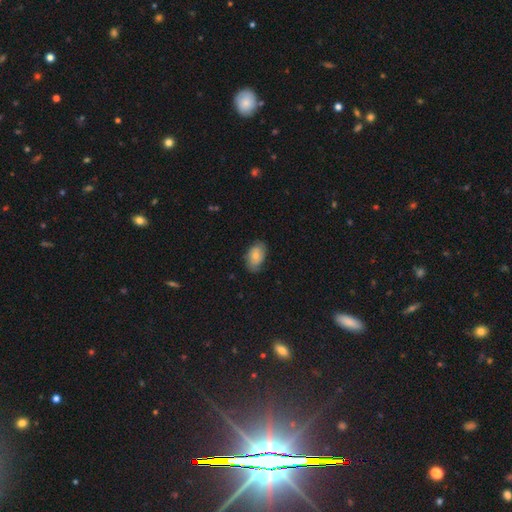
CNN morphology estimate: A smooth galaxy with no disk features (63%) that is in between round and cigar-shaped (88%). Merging: none (72%).